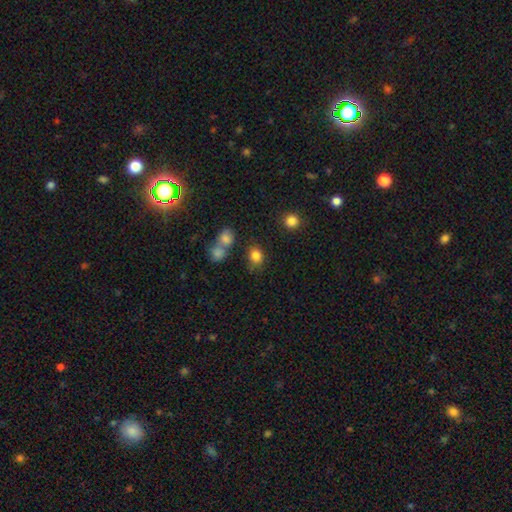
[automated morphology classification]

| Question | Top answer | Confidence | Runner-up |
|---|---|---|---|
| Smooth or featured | smooth | 82% | star or artifact (12%) |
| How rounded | round | 53% | in between (46%) |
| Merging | none | 68% | minor disturbance (16%) |